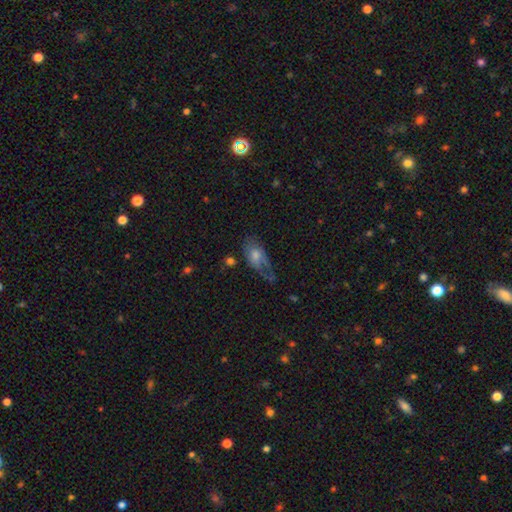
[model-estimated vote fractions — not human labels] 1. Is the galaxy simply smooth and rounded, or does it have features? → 59% smooth, 32% featured or disk, 9% star or artifact.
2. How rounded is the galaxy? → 87% in between, 7% round, 6% cigar-shaped.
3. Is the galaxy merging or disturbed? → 34% major disturbance, 32% none, 29% minor disturbance, 5% merger.